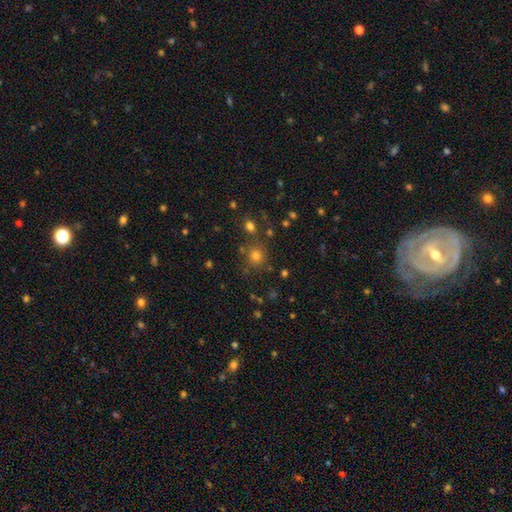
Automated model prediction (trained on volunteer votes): Smooth or featured?
  - smooth: 72% *
  - star or artifact: 21%
  - featured or disk: 7%
How rounded?
  - round: 89% *
  - in between: 10%
  - cigar-shaped: 1%
Merging?
  - none: 78% *
  - minor disturbance: 9%
  - merger: 9%
  - major disturbance: 4%